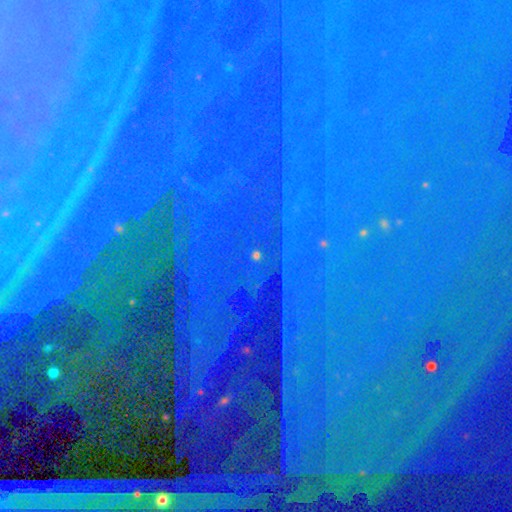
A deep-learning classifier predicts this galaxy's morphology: Overall: star or artifact (87%).